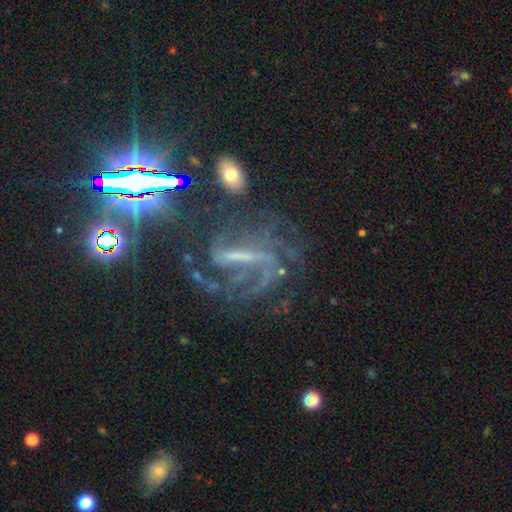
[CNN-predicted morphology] The model was most divided on "bulge size": none: 42%, small: 37%, moderate: 17%, large: 3%, dominant: 1%. Remaining: edge-on disk — no (88%); spiral arms — yes (83%); smooth or featured — featured or disk (68%); bar — strong (63%); merging — none (47%); spiral winding — medium (43%); spiral arm count — 2 (38%).